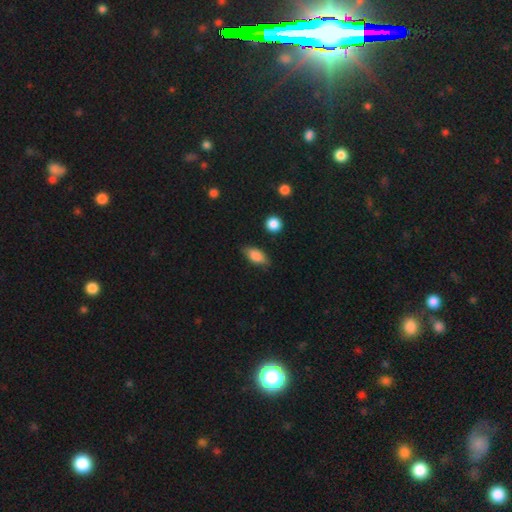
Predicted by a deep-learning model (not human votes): Q: Smooth or featured?
A: smooth (83%); runner-up: featured or disk (9%)
Q: How rounded?
A: in between (86%); runner-up: cigar-shaped (9%)
Q: Merging?
A: none (78%); runner-up: minor disturbance (17%)